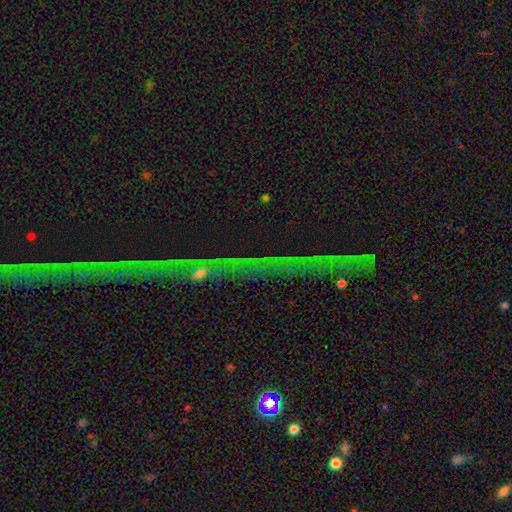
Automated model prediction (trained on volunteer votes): A star or artifact, not a galaxy (67%).

Vote fractions:
- Smooth or featured? star or artifact: 67% / featured or disk: 19% / smooth: 14%